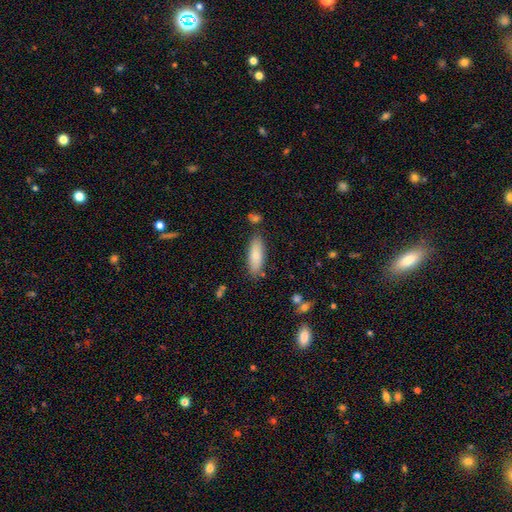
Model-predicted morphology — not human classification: The model was most divided on "how rounded": in between: 61%, cigar-shaped: 37%, round: 2%. More confident: merging — none (81%); smooth or featured — smooth (81%).